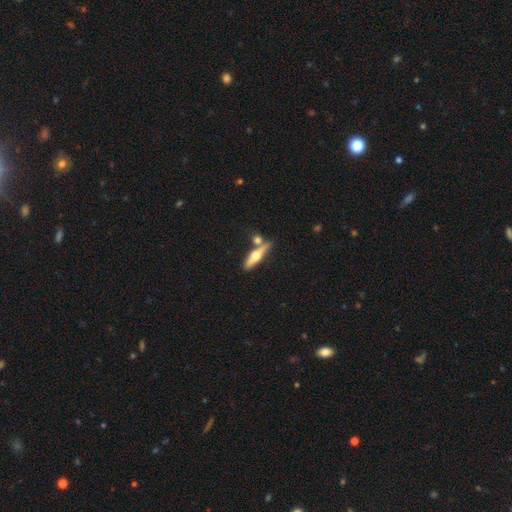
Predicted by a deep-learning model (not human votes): A featured or disk galaxy (55%) viewed edge-on (91%) with a rounded central bulge (94%).

Vote fractions:
- Smooth or featured? featured or disk: 55% / smooth: 39% / star or artifact: 6%
- Edge-on disk? yes: 91% / no: 9%
- Edge-on bulge? rounded: 94% / none: 3% / boxy: 3%
- Merging? none: 65% / merger: 20% / minor disturbance: 11% / major disturbance: 4%